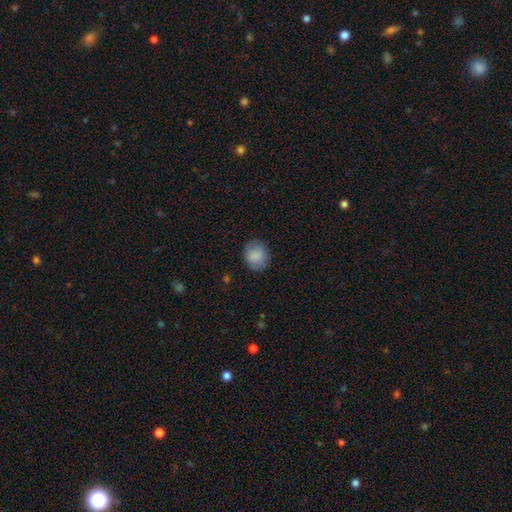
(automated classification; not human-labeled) A smooth galaxy with no disk features (87%) that is round (64%).

Vote fractions:
- Smooth or featured? smooth: 87% / star or artifact: 7% / featured or disk: 5%
- How rounded? round: 64% / in between: 35% / cigar-shaped: 1%
- Merging? none: 84% / minor disturbance: 12% / major disturbance: 3% / merger: 1%